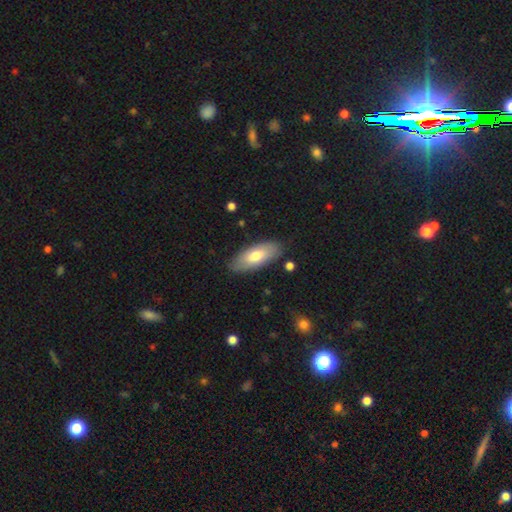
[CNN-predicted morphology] Smooth or featured?
  - smooth: 70% *
  - featured or disk: 25%
  - star or artifact: 5%
How rounded?
  - in between: 83% *
  - cigar-shaped: 15%
  - round: 2%
Merging?
  - none: 84% *
  - minor disturbance: 12%
  - major disturbance: 3%
  - merger: 2%